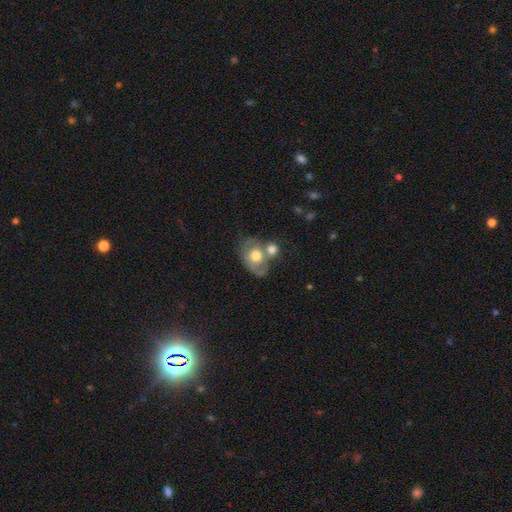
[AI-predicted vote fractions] Smooth or featured?
  - smooth: 56% *
  - featured or disk: 37%
  - star or artifact: 7%
How rounded?
  - in between: 64% *
  - round: 35%
  - cigar-shaped: 1%
Merging?
  - merger: 43% *
  - none: 34%
  - minor disturbance: 15%
  - major disturbance: 8%